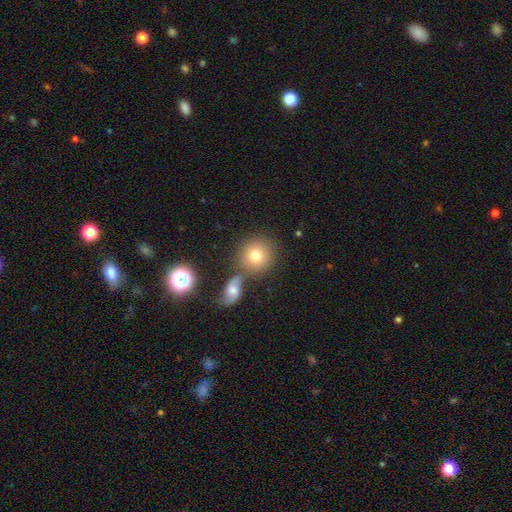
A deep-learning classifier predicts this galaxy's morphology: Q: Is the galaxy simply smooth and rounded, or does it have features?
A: smooth — 76%.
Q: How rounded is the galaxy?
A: round — 88%.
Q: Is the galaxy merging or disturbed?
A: none — 65%.